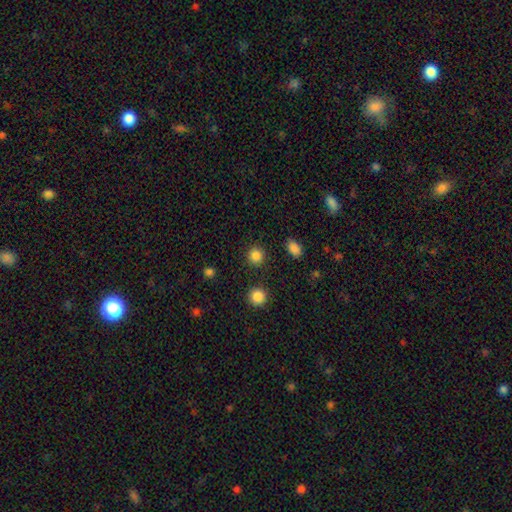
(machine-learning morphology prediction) The model was most divided on "smooth or featured": smooth: 85%, star or artifact: 12%, featured or disk: 3%. More confident: how rounded — round (92%); merging — none (90%).